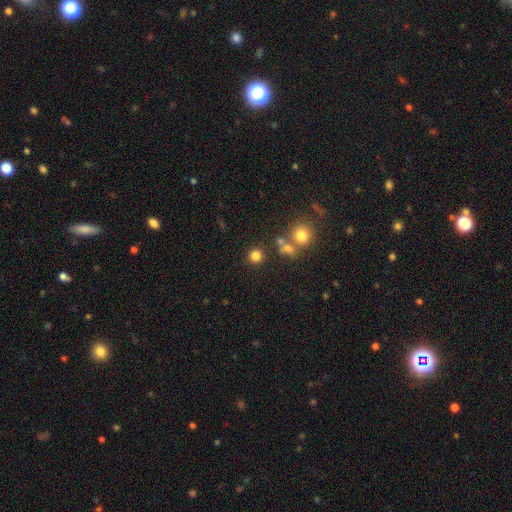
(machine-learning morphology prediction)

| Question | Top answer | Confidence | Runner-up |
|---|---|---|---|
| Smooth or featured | smooth | 80% | star or artifact (15%) |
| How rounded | round | 92% | in between (7%) |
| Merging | none | 81% | merger (8%) |